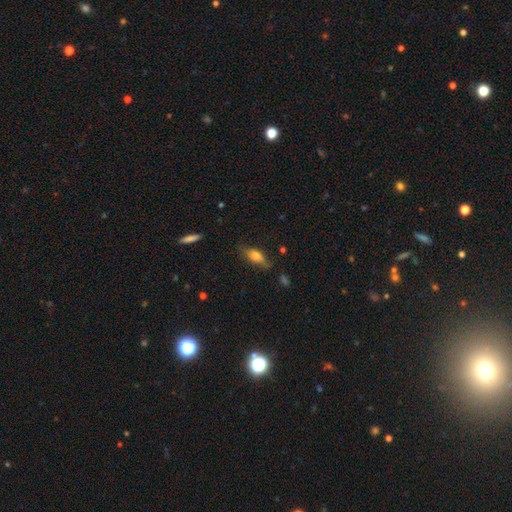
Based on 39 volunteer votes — Smooth or featured?
  - smooth: 49% * (tied)
  - featured or disk: 49% * (tied)
  - star or artifact: 3%
How rounded?
  - cigar-shaped: 53% *
  - in between: 47%
  - round: 0%
Merging?
  - none: 71% *
  - minor disturbance: 24%
  - major disturbance: 5%
  - merger: 0%